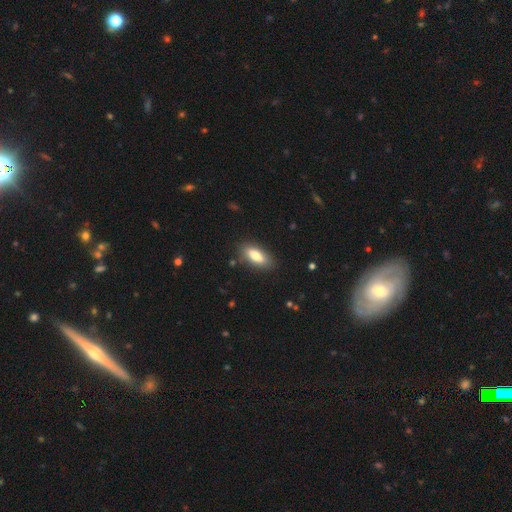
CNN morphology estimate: This is likely a smooth galaxy (77%). How rounded: likely in between (80%). Merging: clearly none (85%).